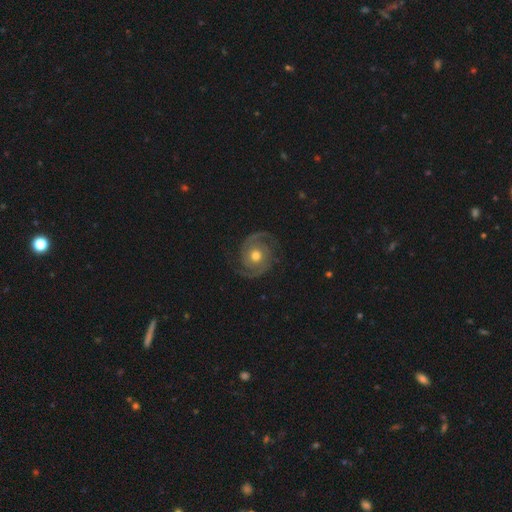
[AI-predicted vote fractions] smooth-or-featured: featured or disk: 89% | smooth: 6% | star or artifact: 5%
  disk-edge-on: no: 98% | yes: 2%
    bar: no: 76% | weak: 19% | strong: 5%
    has-spiral-arms: yes: 98% | no: 2%
      spiral-winding: tight: 45% | medium: 43% | loose: 12%
      spiral-arm-count: 2: 92% | can't tell: 2% | 3: 2% | 1: 1% | 4: 1% | more than 4: 1%
    bulge-size: moderate: 78% | small: 10% | large: 10% | none: 1% | dominant: 1%
  merging: none: 81% | minor disturbance: 13% | major disturbance: 5% | merger: 1%